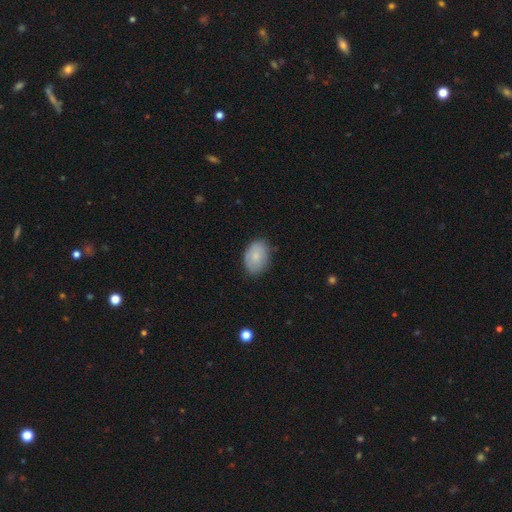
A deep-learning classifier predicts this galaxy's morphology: Smooth or featured? smooth (78%)
How rounded? in between (79%)
Merging? none (79%)